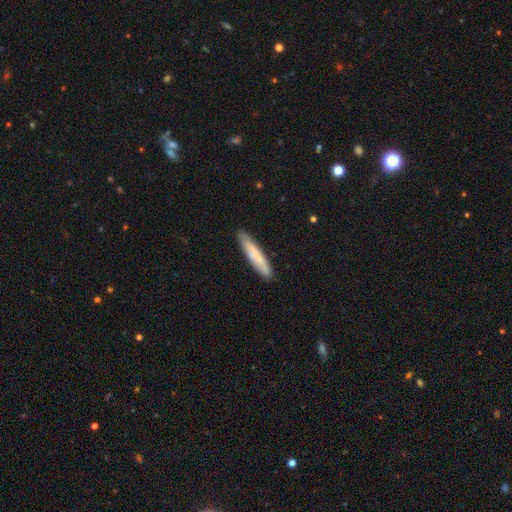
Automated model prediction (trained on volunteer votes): Morphology: type=smooth (68%); roundness=cigar-shaped (91%); merging=none (87%).